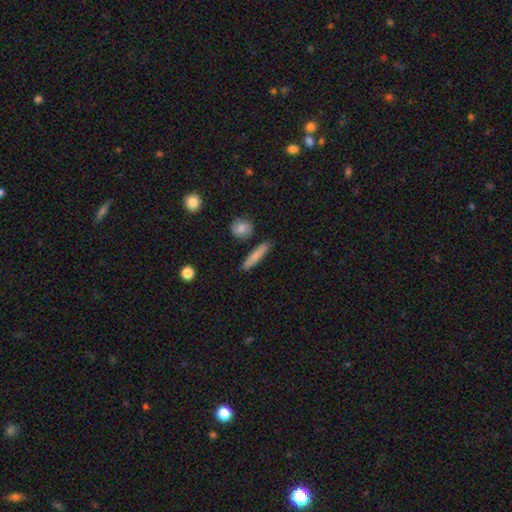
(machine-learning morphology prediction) Q: Smooth or featured?
A: smooth (76%); runner-up: featured or disk (18%)
Q: How rounded?
A: cigar-shaped (88%); runner-up: in between (9%)
Q: Merging?
A: none (84%); runner-up: minor disturbance (10%)